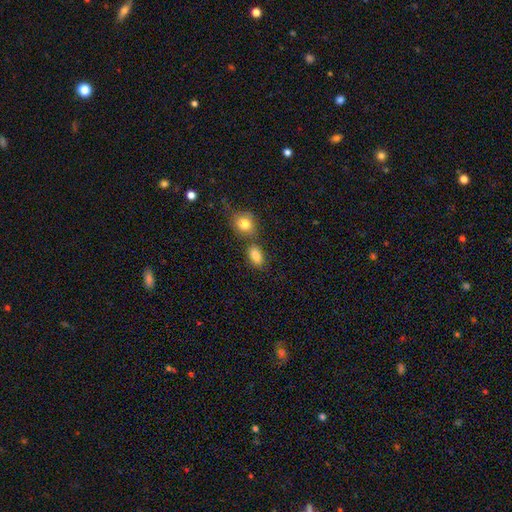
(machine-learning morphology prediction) Smooth or featured: smooth — 84% (star or artifact — 9%)
How rounded: in between — 84% (round — 13%)
Merging: none — 61% (merger — 24%)